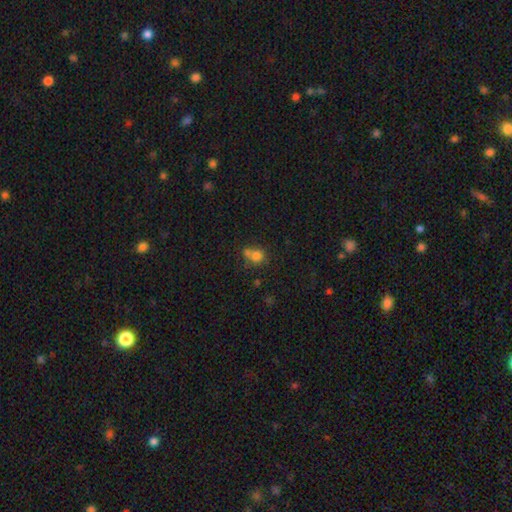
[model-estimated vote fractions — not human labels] The model was most divided on "merging": merger: 42%, none: 39%, minor disturbance: 12%, major disturbance: 6%. More confident: smooth or featured — smooth (75%); how rounded — round (73%).